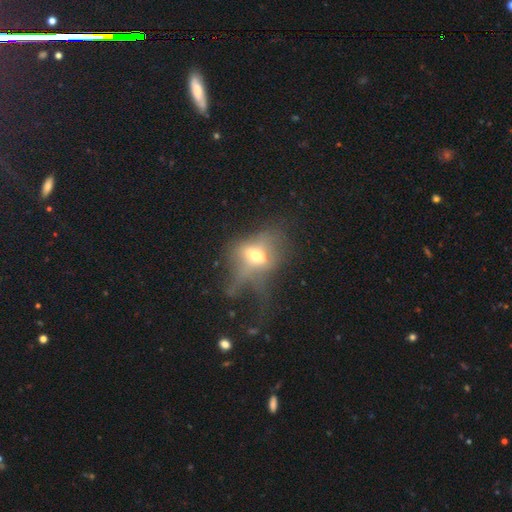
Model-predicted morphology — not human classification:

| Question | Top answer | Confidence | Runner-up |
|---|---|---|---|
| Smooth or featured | smooth | 44% | featured or disk (43%) |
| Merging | major disturbance | 49% | none (26%) |